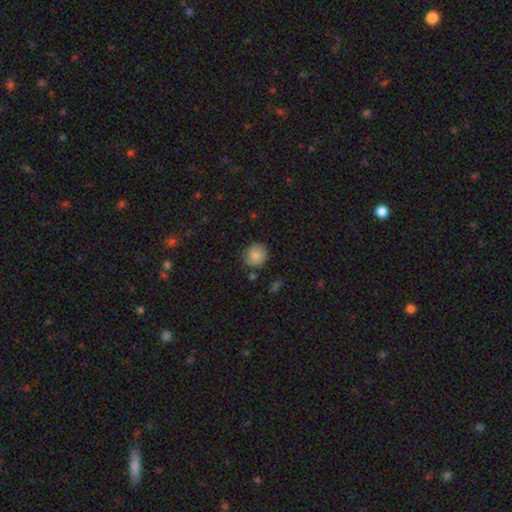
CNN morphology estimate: smooth 85%, star or artifact 8%, featured or disk 7%. Down the decision tree: how rounded — round (87%); merging — none (78%).